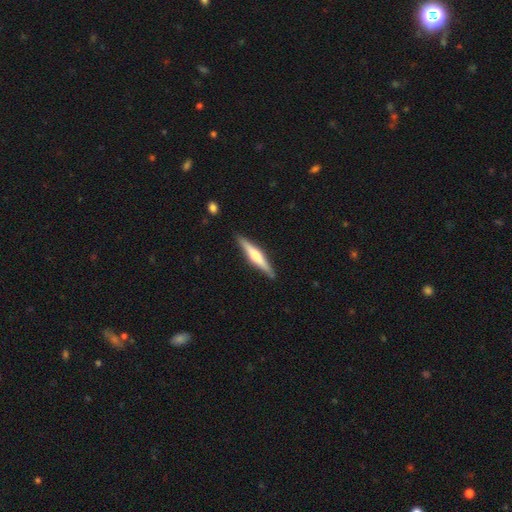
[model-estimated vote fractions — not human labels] Smooth or featured?
  - featured or disk: 57% *
  - smooth: 38%
  - star or artifact: 5%
Edge-on disk?
  - yes: 97% *
  - no: 3%
Edge-on bulge?
  - rounded: 69% *
  - boxy: 17%
  - none: 14%
Merging?
  - none: 89% *
  - minor disturbance: 8%
  - major disturbance: 2%
  - merger: 1%